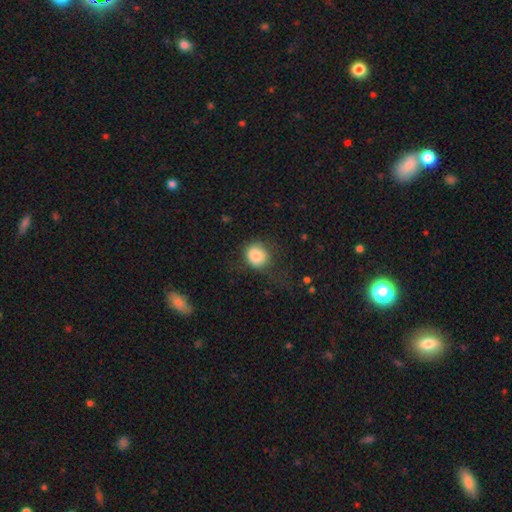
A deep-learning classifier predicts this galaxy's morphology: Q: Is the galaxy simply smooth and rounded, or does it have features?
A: smooth — 83%.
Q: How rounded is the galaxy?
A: round — 79%.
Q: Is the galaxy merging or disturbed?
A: none — 61%.